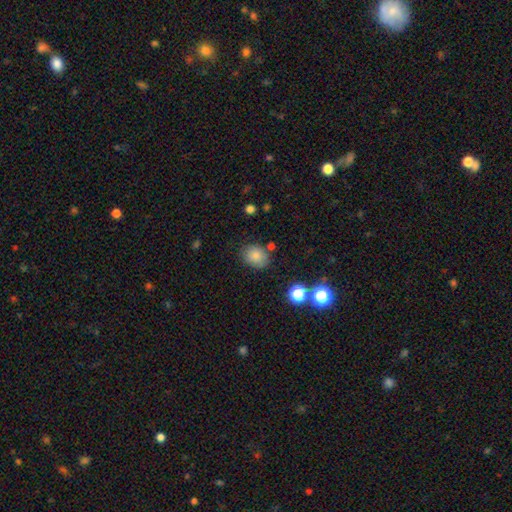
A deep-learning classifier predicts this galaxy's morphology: This appears to be a smooth galaxy with no disk features (81%) that is round (54%). Merging: none (76%).